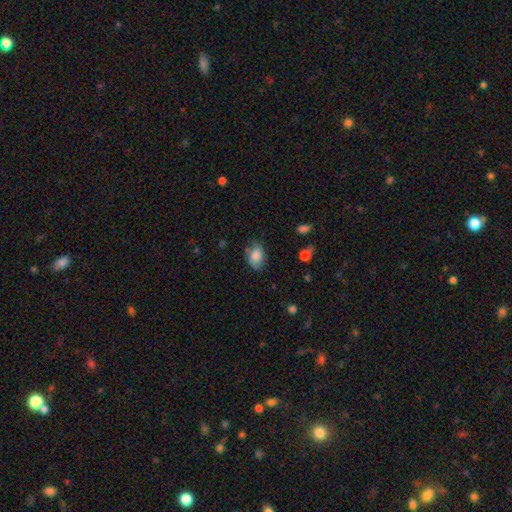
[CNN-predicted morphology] Smooth or featured?
  - smooth: 77% *
  - featured or disk: 15%
  - star or artifact: 8%
How rounded?
  - in between: 79% *
  - round: 19%
  - cigar-shaped: 1%
Merging?
  - none: 64% *
  - minor disturbance: 26%
  - major disturbance: 7%
  - merger: 2%